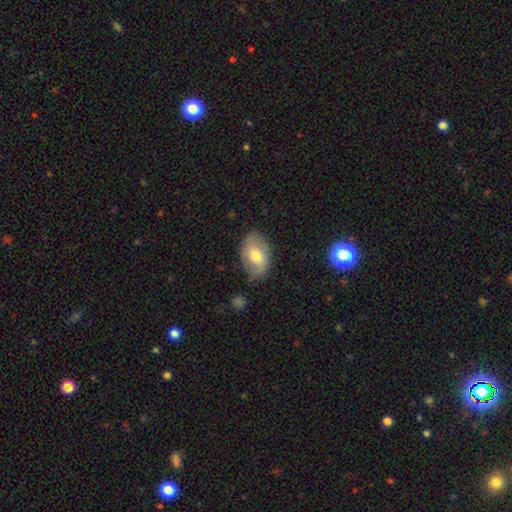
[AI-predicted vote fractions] A smooth galaxy with no disk features (67%) that is in between round and cigar-shaped (90%).

Vote fractions:
- Smooth or featured? smooth: 67% / featured or disk: 27% / star or artifact: 6%
- How rounded? in between: 90% / round: 8% / cigar-shaped: 1%
- Merging? none: 73% / minor disturbance: 20% / major disturbance: 5% / merger: 2%